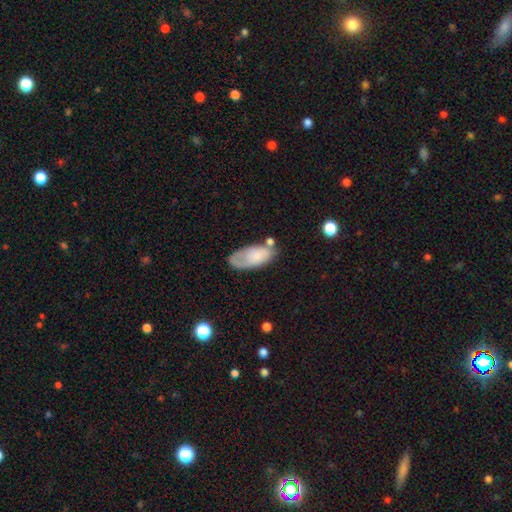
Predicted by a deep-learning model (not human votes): This appears to be a smooth galaxy with no disk features (66%) that is in between round and cigar-shaped (91%). Merging: none (48%).